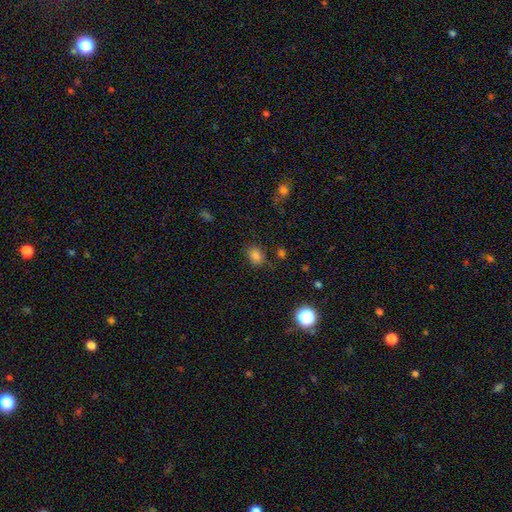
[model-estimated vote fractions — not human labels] smooth_or_featured: smooth (p=0.80) [alt: star or artifact p=0.15]
how_rounded: in between (p=0.60) [alt: round p=0.39]
merging: none (p=0.78) [alt: minor disturbance p=0.15]